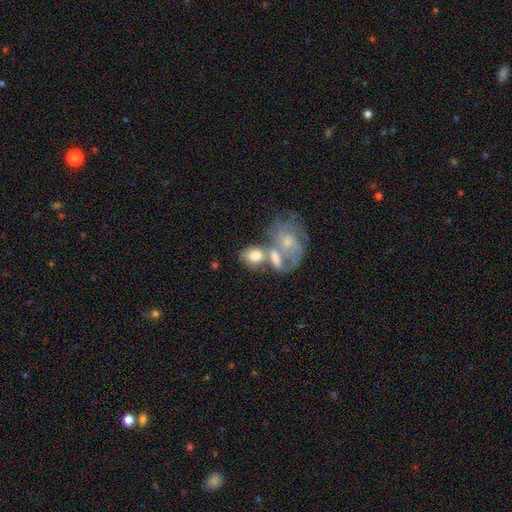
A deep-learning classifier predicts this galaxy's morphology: smooth-or-featured: smooth: 60% | featured or disk: 32% | star or artifact: 8%
  how-rounded: in between: 74% | round: 24% | cigar-shaped: 2%
  merging: merger: 53% | none: 26% | minor disturbance: 13% | major disturbance: 9%